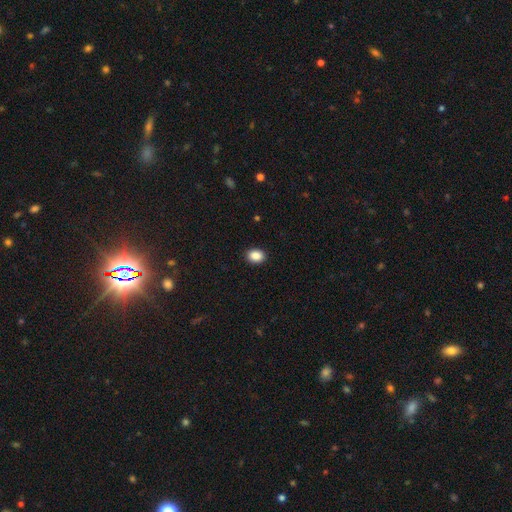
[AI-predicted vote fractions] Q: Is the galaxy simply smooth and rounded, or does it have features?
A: smooth — 89%.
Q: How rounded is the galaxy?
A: in between — 69%.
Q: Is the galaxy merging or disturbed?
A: none — 91%.